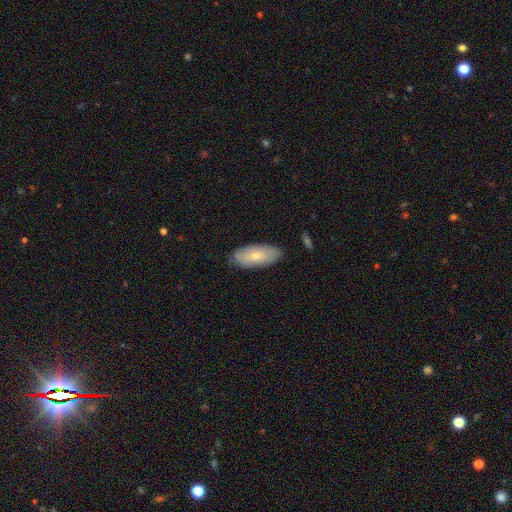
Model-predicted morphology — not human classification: The model was most divided on "smooth or featured": smooth: 67%, featured or disk: 28%, star or artifact: 6%. More confident: how rounded — in between (86%); merging — none (82%).